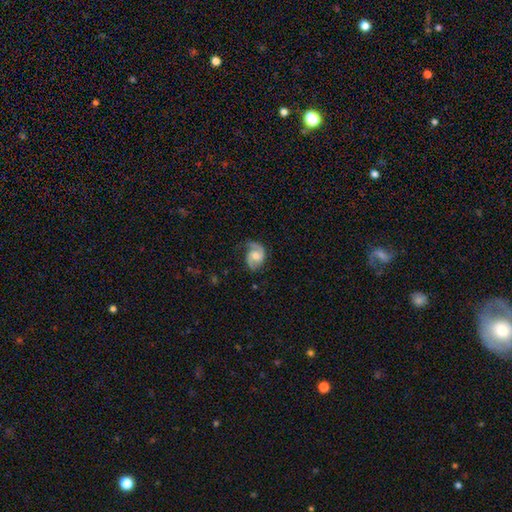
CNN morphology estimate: A featured or disk galaxy (82%) with no bar (52%), 2 (82%) medium (51%) spiral arms (96%) and a moderate central bulge (55%). Merging: none (63%).